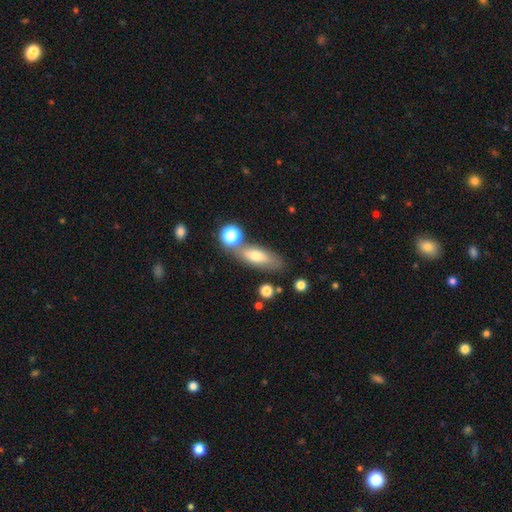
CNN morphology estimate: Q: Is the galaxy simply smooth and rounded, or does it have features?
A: smooth — 65%.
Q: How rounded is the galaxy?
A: in between — 66%.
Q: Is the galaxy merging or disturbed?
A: none — 63%.